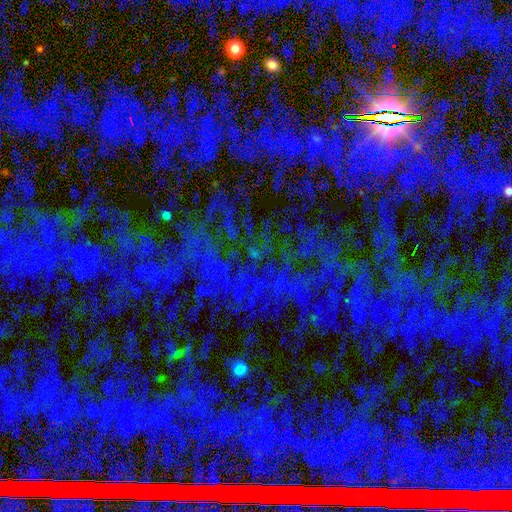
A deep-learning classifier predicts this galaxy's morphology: Smooth or featured?
  - star or artifact: 83% *
  - featured or disk: 9%
  - smooth: 8%